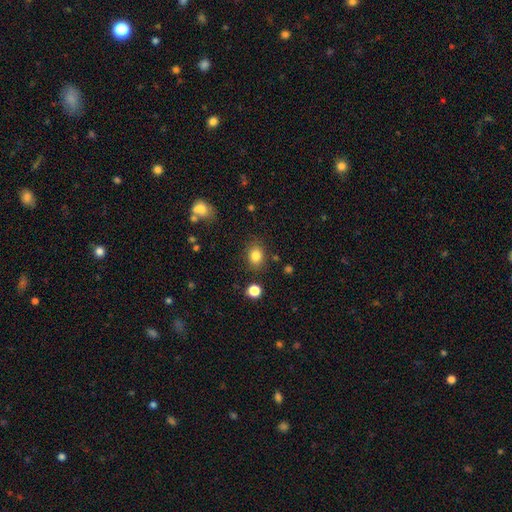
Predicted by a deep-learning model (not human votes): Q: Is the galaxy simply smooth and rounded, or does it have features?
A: smooth — 83%.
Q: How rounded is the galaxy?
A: round — 51%.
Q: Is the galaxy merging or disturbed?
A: none — 81%.